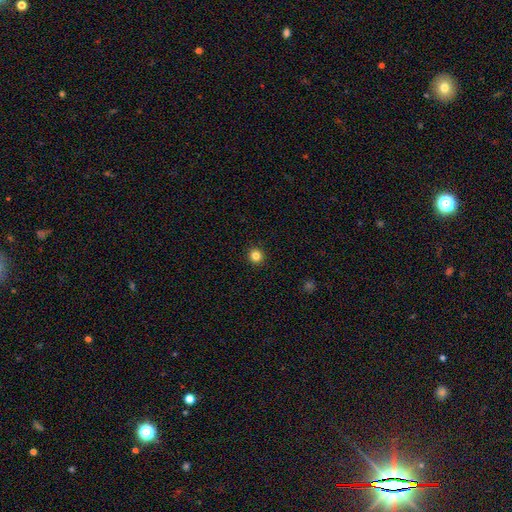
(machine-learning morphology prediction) Smooth or featured? Predicted: smooth (p=0.83). How rounded? Predicted: round (p=0.93). Merging? Predicted: none (p=0.93).